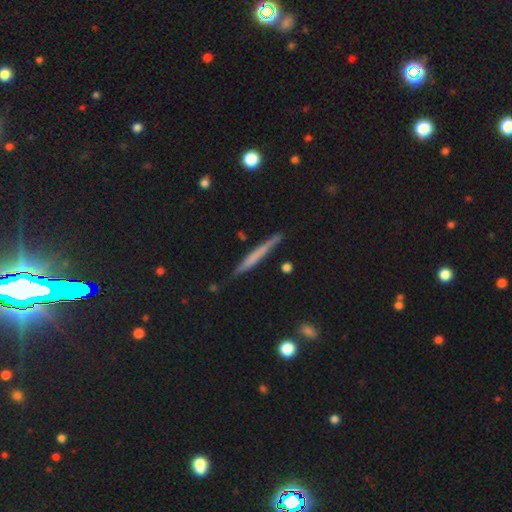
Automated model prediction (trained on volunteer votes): This is possibly a smooth galaxy (51%). How rounded: clearly cigar-shaped (96%). Merging: clearly none (88%).